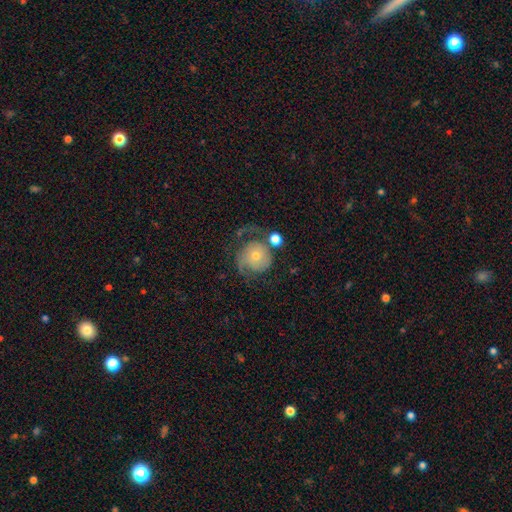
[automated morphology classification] A featured or disk galaxy (58%) with no bar (81%), spiral arms (80%) and a small central bulge (51%).

Vote fractions:
- Smooth or featured? featured or disk: 58% / smooth: 33% / star or artifact: 8%
- Edge-on disk? no: 97% / yes: 3%
- Bar? no: 81% / weak: 16% / strong: 3%
- Spiral arms? yes: 80% / no: 20%
- Bulge size? small: 51% / moderate: 42% / large: 3% / none: 2% / dominant: 2%
- Merging? none: 45% / major disturbance: 26% / minor disturbance: 19% / merger: 10%